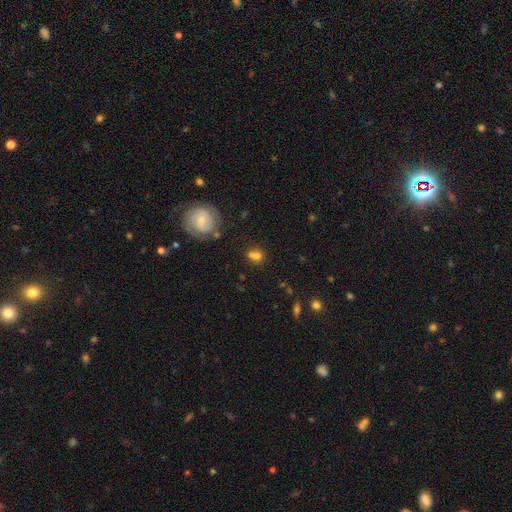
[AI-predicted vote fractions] Smooth or featured?
  - smooth: 66% *
  - featured or disk: 20%
  - star or artifact: 14%
How rounded?
  - round: 66% *
  - in between: 32%
  - cigar-shaped: 2%
Merging?
  - none: 53% *
  - merger: 29%
  - minor disturbance: 13%
  - major disturbance: 5%